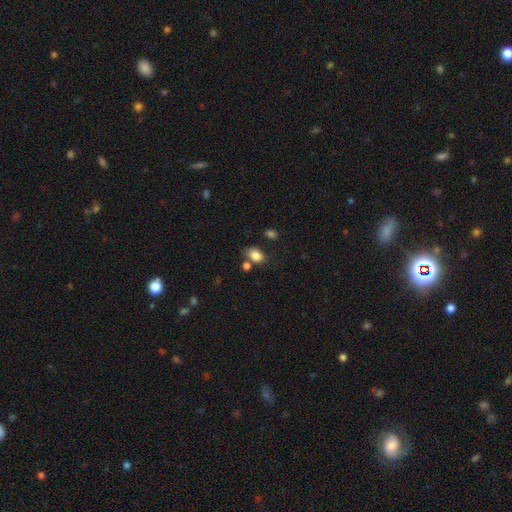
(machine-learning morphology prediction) smooth_or_featured: smooth (p=0.84) [alt: star or artifact p=0.10]
how_rounded: in between (p=0.78) [alt: round p=0.21]
merging: none (p=0.63) [alt: minor disturbance p=0.17]